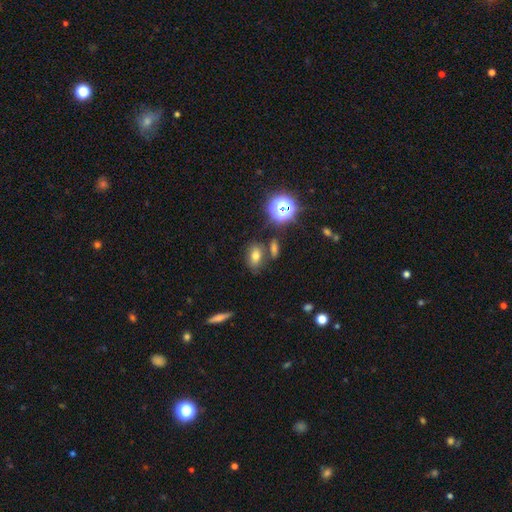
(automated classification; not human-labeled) A smooth galaxy with no disk features (66%) that is in between round and cigar-shaped (75%). Merging: none (69%).